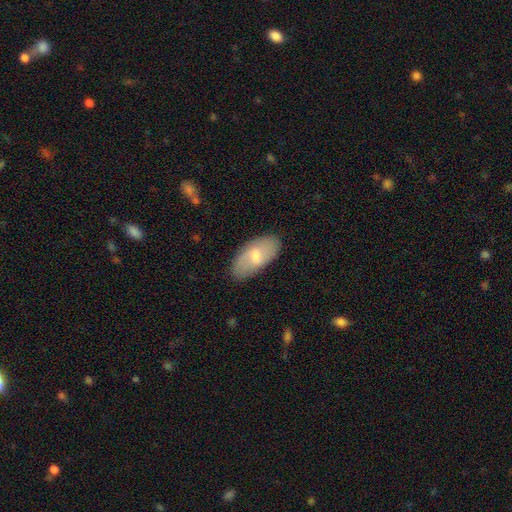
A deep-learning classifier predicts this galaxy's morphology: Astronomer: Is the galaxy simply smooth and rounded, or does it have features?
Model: smooth — 64%.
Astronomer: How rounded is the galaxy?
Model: in between — 92%.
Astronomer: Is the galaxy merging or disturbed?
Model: none — 82%.